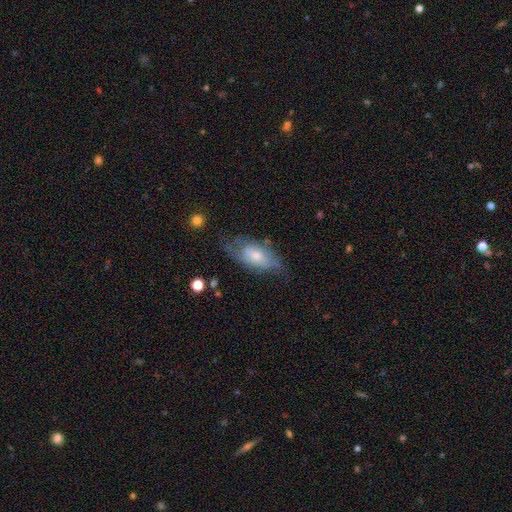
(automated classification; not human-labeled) The model was most divided on "smooth or featured": featured or disk: 49%, smooth: 44%, star or artifact: 7%. Remaining: merging — none (49%).